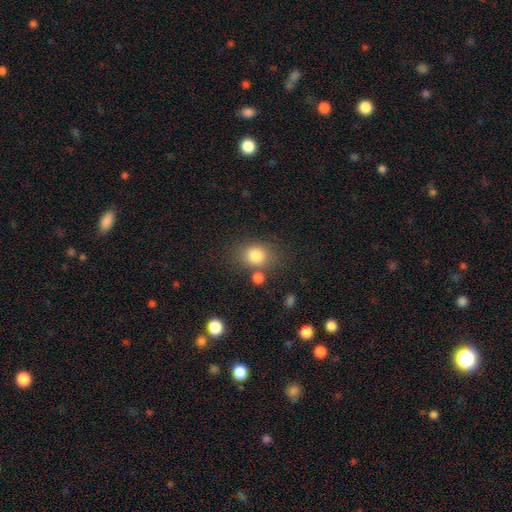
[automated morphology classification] Overall: smooth (82%). How rounded: round (51%; in between 48%). Merging: none (70%).